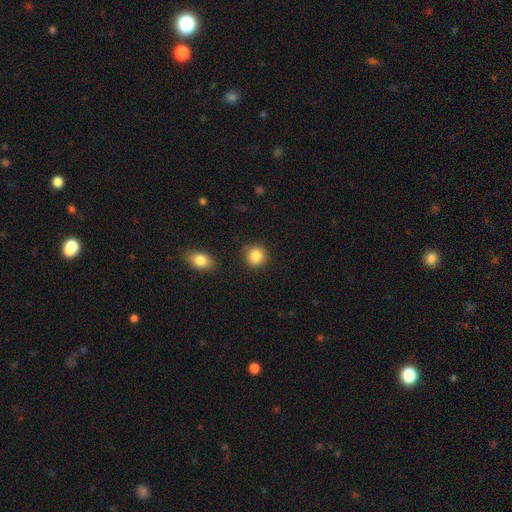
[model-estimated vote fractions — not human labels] smooth_or_featured: smooth (p=0.87) [alt: star or artifact p=0.09]
how_rounded: round (p=0.86) [alt: in between p=0.13]
merging: none (p=0.84) [alt: minor disturbance p=0.10]